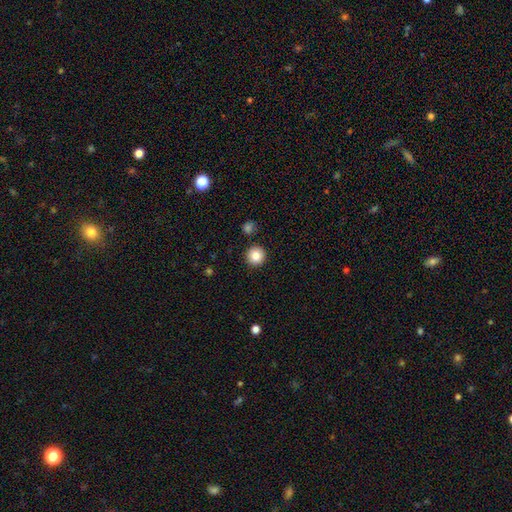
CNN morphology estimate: This is clearly a smooth galaxy (84%). How rounded: clearly round (95%). Merging: clearly none (91%).